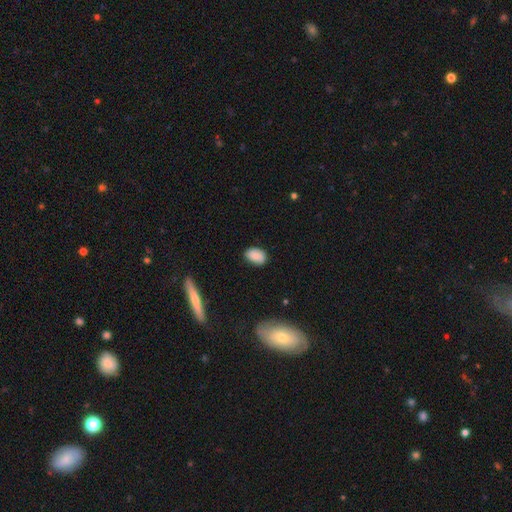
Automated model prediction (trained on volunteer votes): Smooth or featured: smooth — 84% (star or artifact — 8%)
How rounded: in between — 85% (round — 13%)
Merging: none — 80% (minor disturbance — 16%)